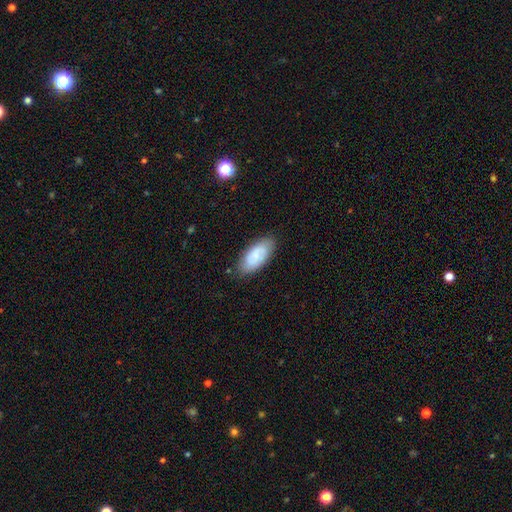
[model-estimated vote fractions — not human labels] Morphology: type=smooth (72%); roundness=in between (90%); merging=none (80%).